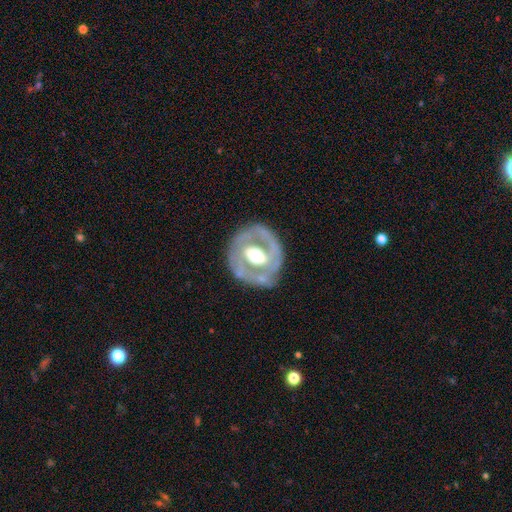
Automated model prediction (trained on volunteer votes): A featured or disk galaxy (75%) with no bar (34%, tied with weak), no spiral arms (54%) and a moderate central bulge (62%). Merging: none (72%).